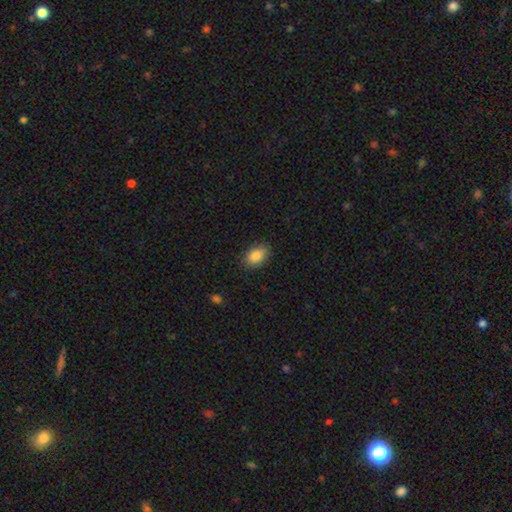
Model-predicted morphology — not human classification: Smooth or featured?
  - smooth: 87% *
  - star or artifact: 7%
  - featured or disk: 6%
How rounded?
  - in between: 89% *
  - round: 10%
  - cigar-shaped: 1%
Merging?
  - none: 84% *
  - minor disturbance: 13%
  - major disturbance: 3%
  - merger: 1%